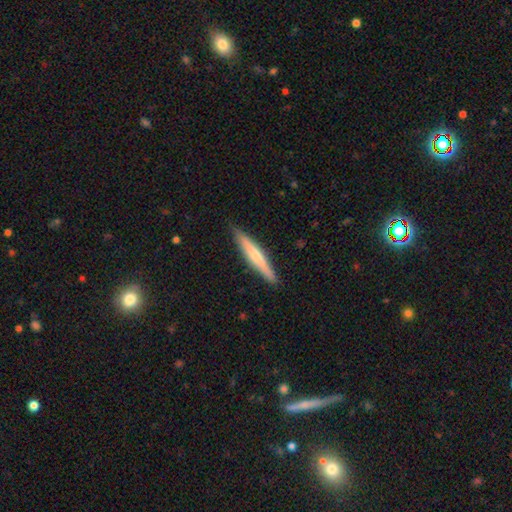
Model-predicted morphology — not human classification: Smooth or featured? smooth (54%)
How rounded? cigar-shaped (94%)
Merging? none (88%)